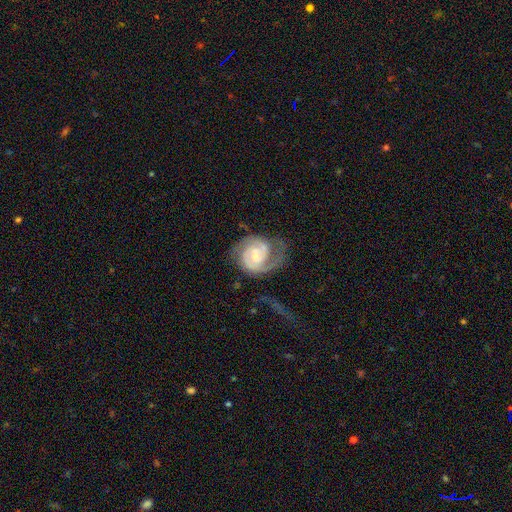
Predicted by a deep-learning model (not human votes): A featured or disk galaxy (85%) with no bar (53%), 2 (70%) tight (48%) spiral arms (96%) and a small central bulge (60%).

Vote fractions:
- Smooth or featured? featured or disk: 85% / smooth: 10% / star or artifact: 5%
- Edge-on disk? no: 98% / yes: 2%
- Bar? no: 53% / weak: 39% / strong: 8%
- Spiral arms? yes: 96% / no: 4%
- Spiral winding? tight: 48% / medium: 40% / loose: 12%
- Spiral arm count? 2: 70% / 1: 11% / can't tell: 9% / 3: 6% / 4: 2% / more than 4: 2%
- Bulge size? small: 60% / moderate: 32% / none: 4% / large: 3% / dominant: 1%
- Merging? none: 51% / major disturbance: 25% / minor disturbance: 21% / merger: 3%